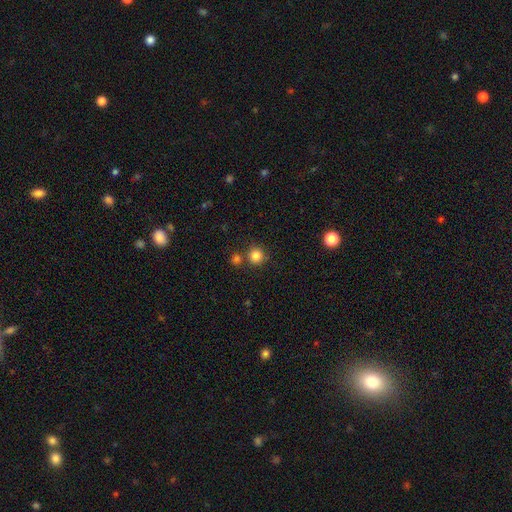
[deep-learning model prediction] smooth_or_featured: smooth (p=0.83) [alt: star or artifact p=0.12]
how_rounded: round (p=0.94) [alt: in between p=0.05]
merging: none (p=0.77) [alt: merger p=0.13]